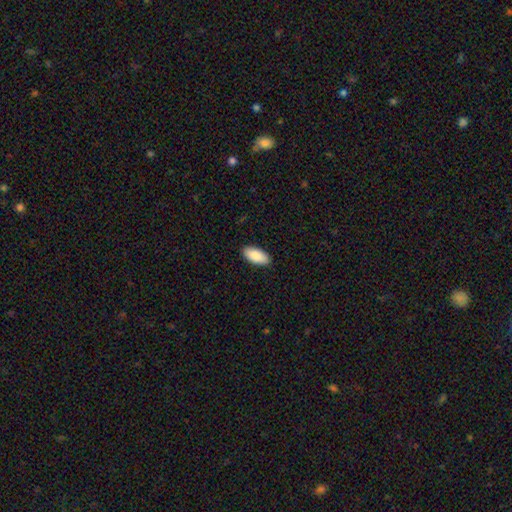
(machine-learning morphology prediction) A smooth galaxy with no disk features (90%) that is in between round and cigar-shaped (93%).

Vote fractions:
- Smooth or featured? smooth: 90% / star or artifact: 6% / featured or disk: 4%
- How rounded? in between: 93% / cigar-shaped: 5% / round: 2%
- Merging? none: 90% / minor disturbance: 8% / major disturbance: 2% / merger: 1%